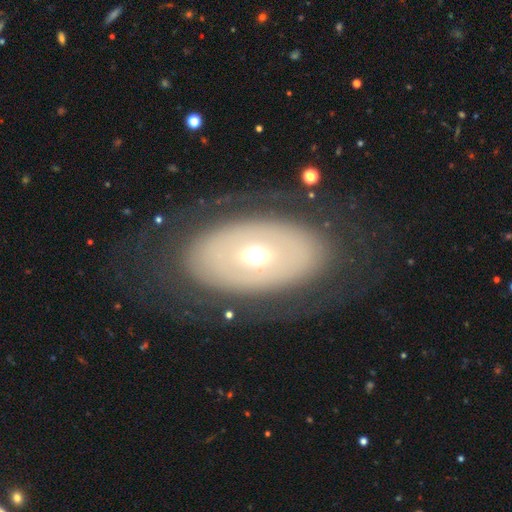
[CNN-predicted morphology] A featured or disk galaxy (54%). Merging: none (77%).